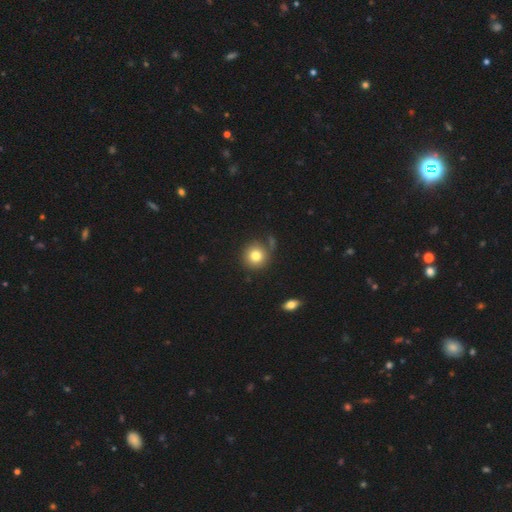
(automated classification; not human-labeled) Smooth or featured?
  - smooth: 80% *
  - star or artifact: 11%
  - featured or disk: 10%
How rounded?
  - round: 92% *
  - in between: 7%
  - cigar-shaped: 1%
Merging?
  - none: 76% *
  - minor disturbance: 12%
  - merger: 8%
  - major disturbance: 5%